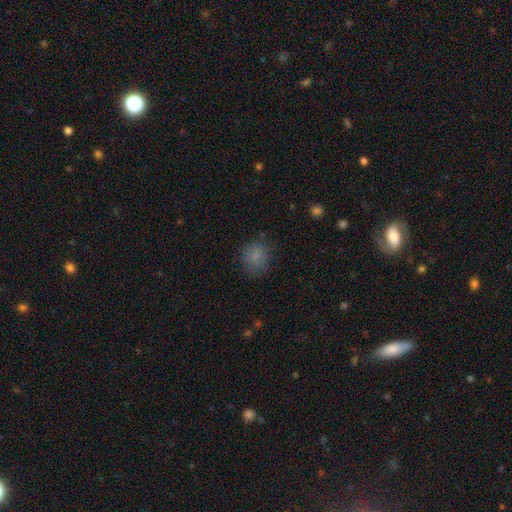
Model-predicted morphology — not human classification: Smooth or featured? smooth (82%)
How rounded? round (78%)
Merging? none (79%)